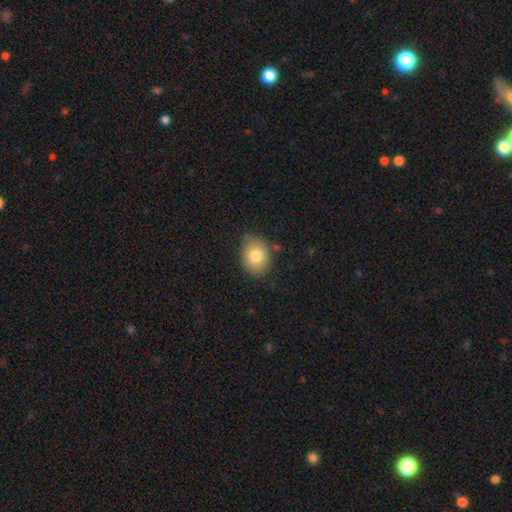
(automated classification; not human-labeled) smooth-or-featured: smooth: 78% | featured or disk: 13% | star or artifact: 9%
  how-rounded: in between: 54% | round: 45% | cigar-shaped: 1%
  merging: none: 75% | minor disturbance: 19% | major disturbance: 4% | merger: 2%